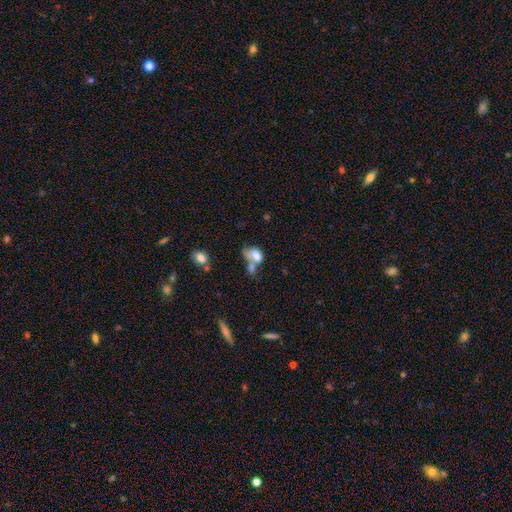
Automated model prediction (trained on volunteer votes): smooth 70%, featured or disk 20%, star or artifact 10%. Down the decision tree: how rounded — in between (85%); merging — merger (55%).